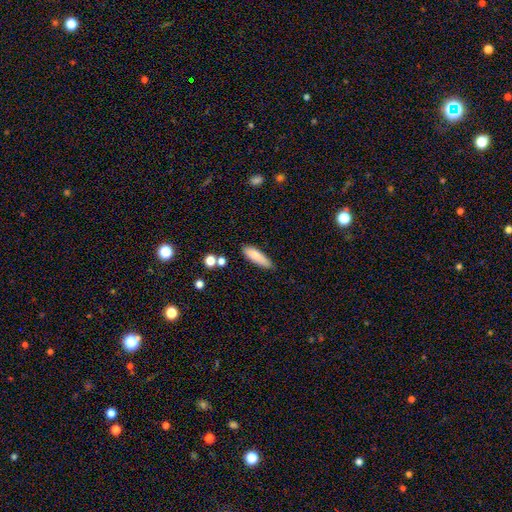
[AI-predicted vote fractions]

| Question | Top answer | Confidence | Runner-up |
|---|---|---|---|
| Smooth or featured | smooth | 83% | featured or disk (10%) |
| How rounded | cigar-shaped | 53% | in between (46%) |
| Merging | none | 77% | minor disturbance (16%) |